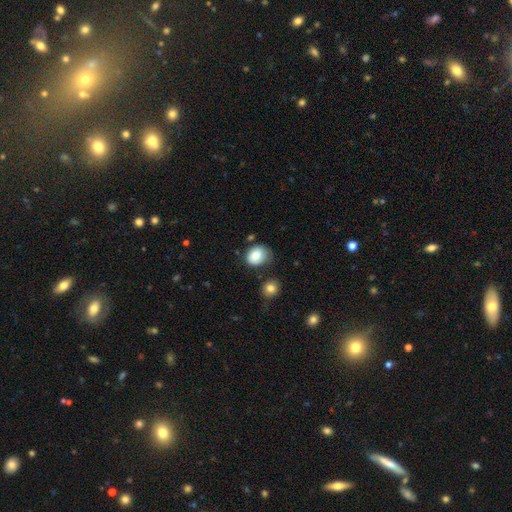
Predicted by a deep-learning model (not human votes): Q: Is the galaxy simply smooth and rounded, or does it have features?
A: smooth — 81%.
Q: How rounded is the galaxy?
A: round — 52%.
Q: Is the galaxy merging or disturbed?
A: none — 61%.